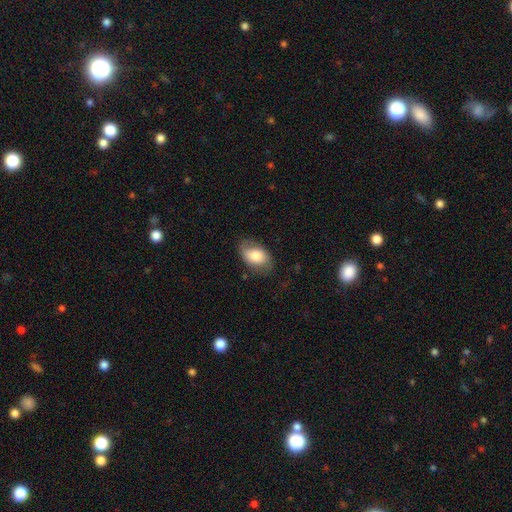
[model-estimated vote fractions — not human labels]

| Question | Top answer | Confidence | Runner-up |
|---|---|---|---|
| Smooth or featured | smooth | 67% | featured or disk (26%) |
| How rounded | in between | 90% | round (9%) |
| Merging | none | 65% | minor disturbance (25%) |